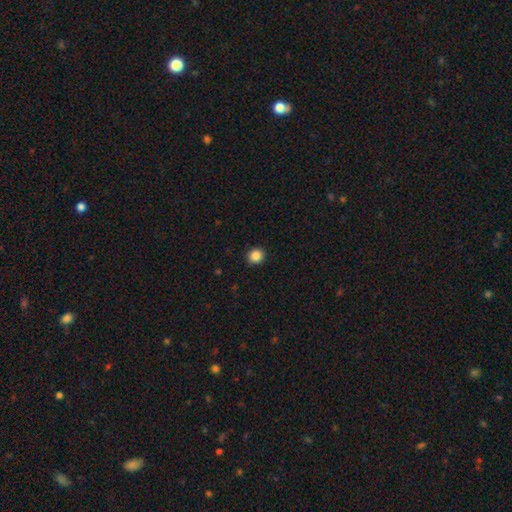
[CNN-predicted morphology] Smooth or featured? smooth (87%)
How rounded? round (89%)
Merging? none (92%)